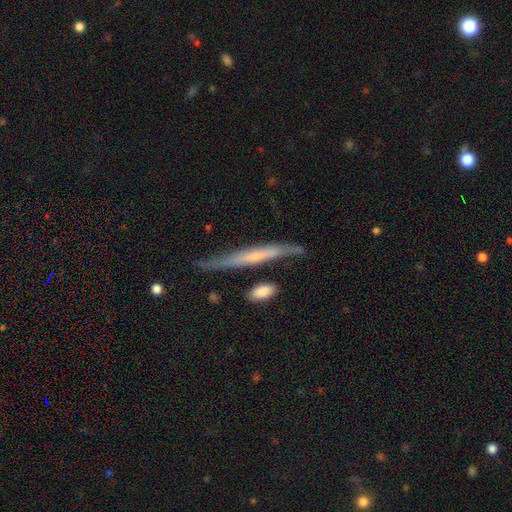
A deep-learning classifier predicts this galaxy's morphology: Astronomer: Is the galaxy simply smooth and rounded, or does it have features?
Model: featured or disk — 57% (runner-up: smooth, 37%).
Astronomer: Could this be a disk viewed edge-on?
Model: yes — 88%.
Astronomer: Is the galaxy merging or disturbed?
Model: none — 67%.